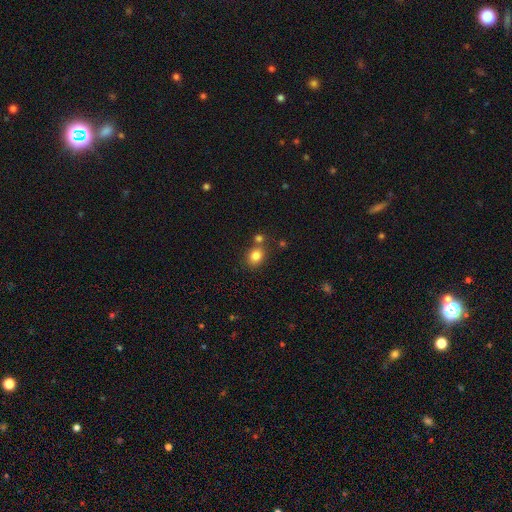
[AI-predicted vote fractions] smooth 83%, star or artifact 11%, featured or disk 6%. Down the decision tree: how rounded — round (53%); merging — none (66%).